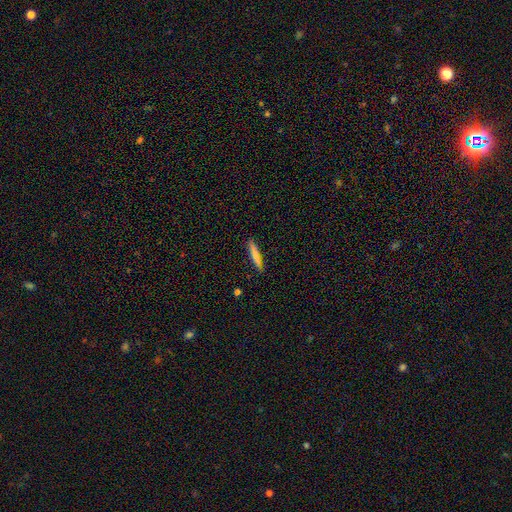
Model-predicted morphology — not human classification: A smooth galaxy with no disk features (71%) that is cigar-shaped (94%). Merging: none (91%).